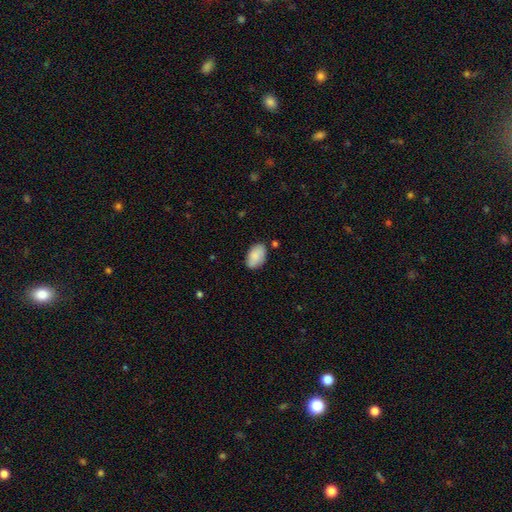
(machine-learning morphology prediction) Smooth or featured? smooth (84%)
How rounded? in between (92%)
Merging? none (75%)